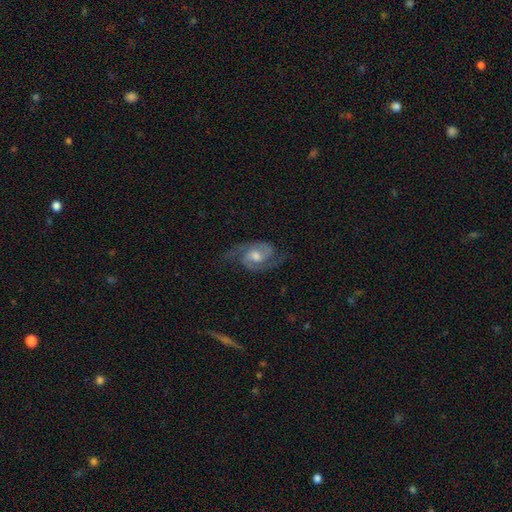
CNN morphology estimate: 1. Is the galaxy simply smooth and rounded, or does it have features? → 87% featured or disk, 7% smooth, 5% star or artifact.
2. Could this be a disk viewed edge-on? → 97% no, 3% yes.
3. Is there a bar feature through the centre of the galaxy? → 53% no, 38% weak, 9% strong.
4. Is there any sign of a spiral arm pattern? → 97% yes, 3% no.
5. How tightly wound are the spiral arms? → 54% medium, 25% tight, 20% loose.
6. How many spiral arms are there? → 91% 2, 3% can't tell, 2% 3, 2% 1, 1% 4, 1% more than 4.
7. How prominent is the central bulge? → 70% moderate, 16% small, 10% large, 2% none, 1% dominant.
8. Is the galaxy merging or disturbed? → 73% none, 17% minor disturbance, 8% major disturbance, 1% merger.